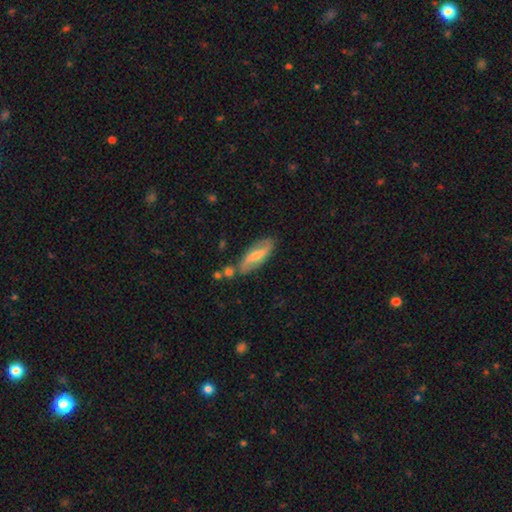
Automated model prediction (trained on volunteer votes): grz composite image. It shows a featured or disk galaxy (61%). Merging: none (75%).